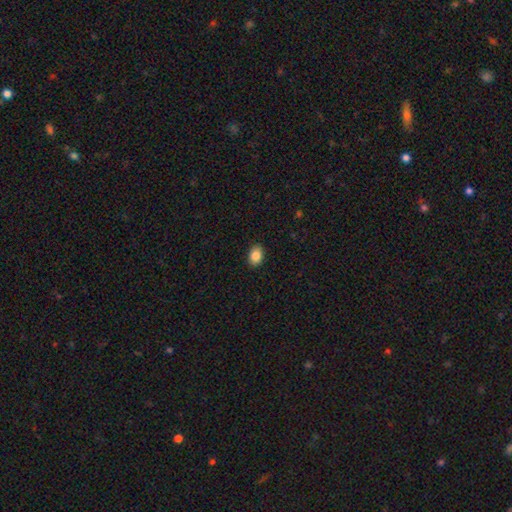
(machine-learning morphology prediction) type=smooth (86%); roundness=in between (79%); merging=none (89%).